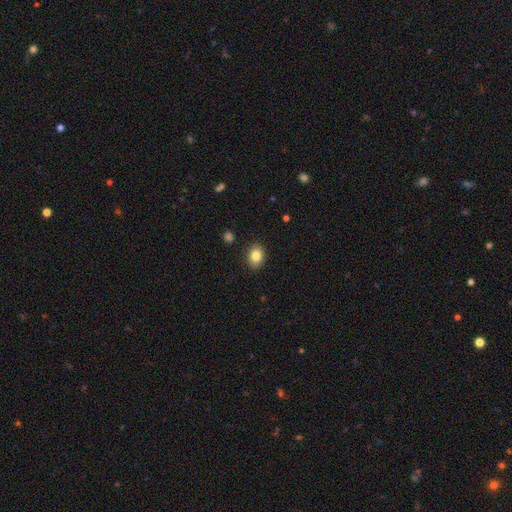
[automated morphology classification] smooth_or_featured: smooth (p=0.84) [alt: star or artifact p=0.09]
how_rounded: in between (p=0.68) [alt: round p=0.31]
merging: none (p=0.88) [alt: minor disturbance p=0.09]